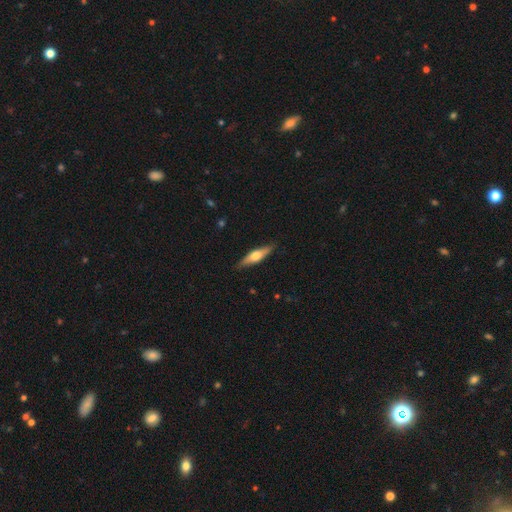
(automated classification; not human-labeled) The model was most divided on "smooth or featured": featured or disk: 50%, smooth: 44%, star or artifact: 6%. More confident: edge-on disk — yes (91%); merging — none (87%).